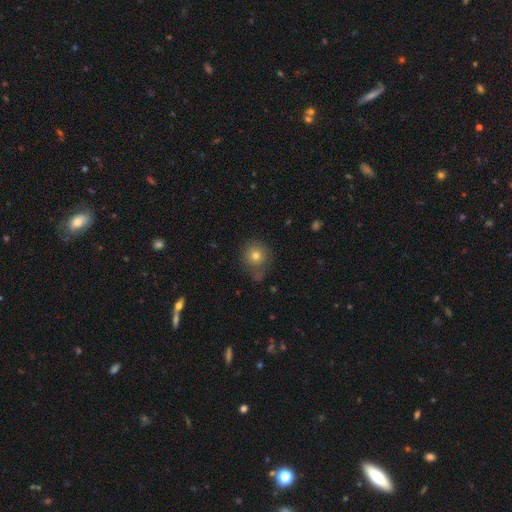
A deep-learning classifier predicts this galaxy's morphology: A smooth galaxy with no disk features (76%) that is round (89%).

Vote fractions:
- Smooth or featured? smooth: 76% / featured or disk: 13% / star or artifact: 12%
- How rounded? round: 89% / in between: 10% / cigar-shaped: 1%
- Merging? none: 68% / minor disturbance: 18% / merger: 7% / major disturbance: 6%